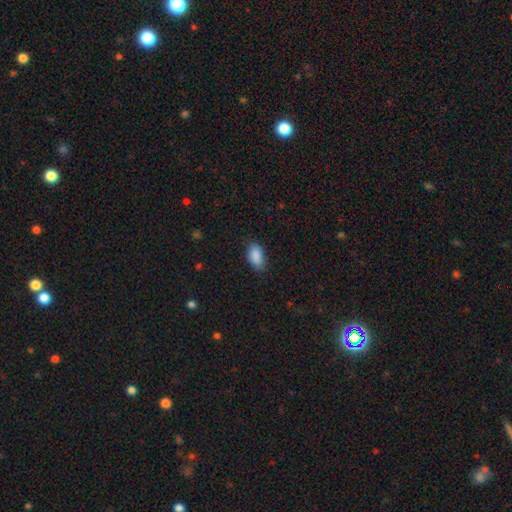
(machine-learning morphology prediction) Q: Smooth or featured?
A: smooth (89%); runner-up: star or artifact (7%)
Q: How rounded?
A: in between (92%); runner-up: round (5%)
Q: Merging?
A: none (77%); runner-up: minor disturbance (18%)